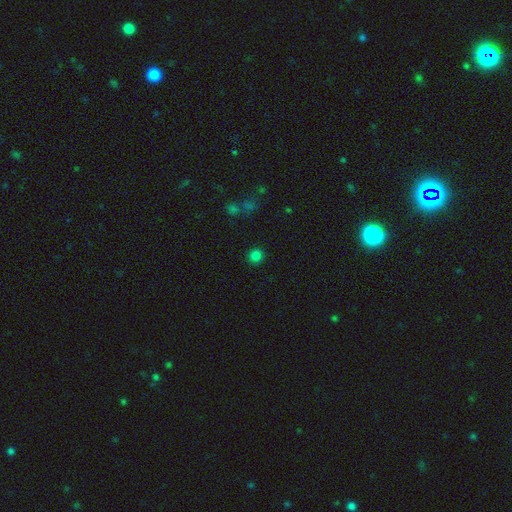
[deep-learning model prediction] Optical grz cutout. It shows a smooth galaxy with no disk features (81%) that is round (93%). Merging: none (91%).